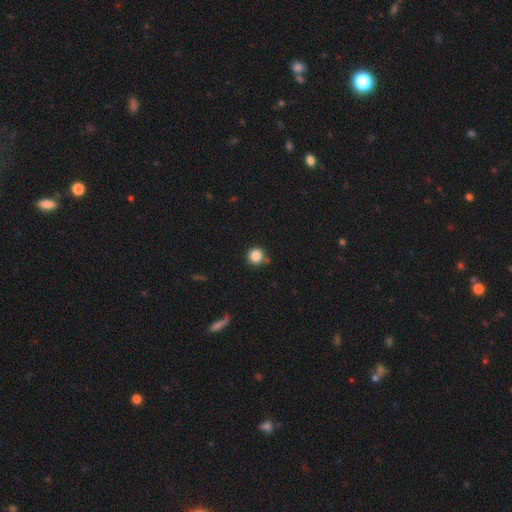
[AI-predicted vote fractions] smooth 85%, star or artifact 11%, featured or disk 4%. Down the decision tree: how rounded — round (95%); merging — none (79%).